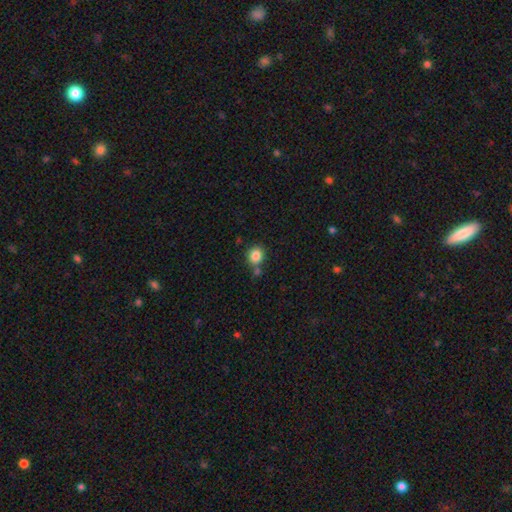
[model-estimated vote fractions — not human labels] Smooth or featured: smooth — 84% (star or artifact — 10%)
How rounded: round — 83% (in between — 16%)
Merging: none — 69% (merger — 16%)